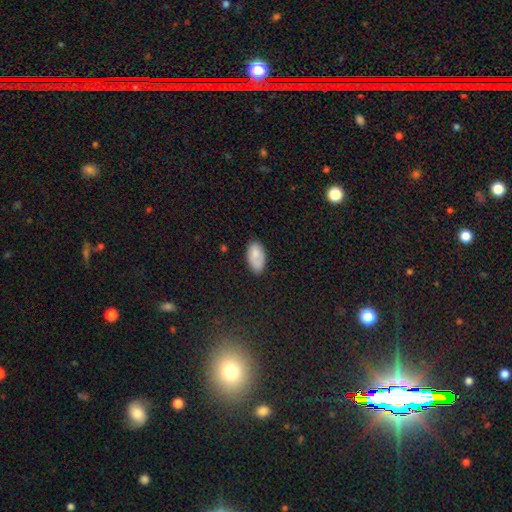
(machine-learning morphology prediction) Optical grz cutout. It shows a smooth galaxy with no disk features (81%) that is in between round and cigar-shaped (95%). Merging: none (75%).